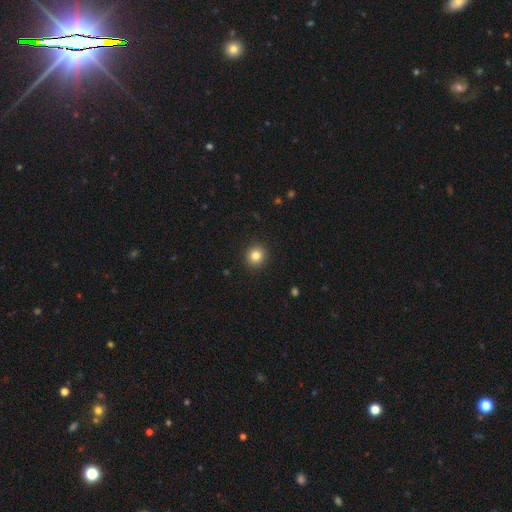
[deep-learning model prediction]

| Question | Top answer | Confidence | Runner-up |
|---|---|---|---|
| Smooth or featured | smooth | 83% | star or artifact (11%) |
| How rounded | round | 91% | in between (9%) |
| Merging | none | 92% | minor disturbance (5%) |